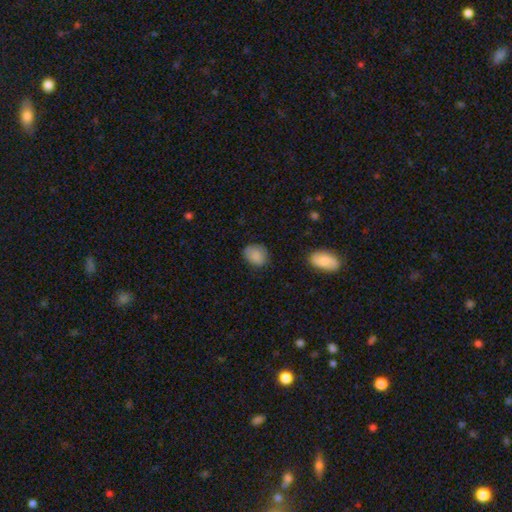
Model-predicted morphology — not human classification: Smooth or featured? smooth (84%)
How rounded? in between (53%)
Merging? none (74%)